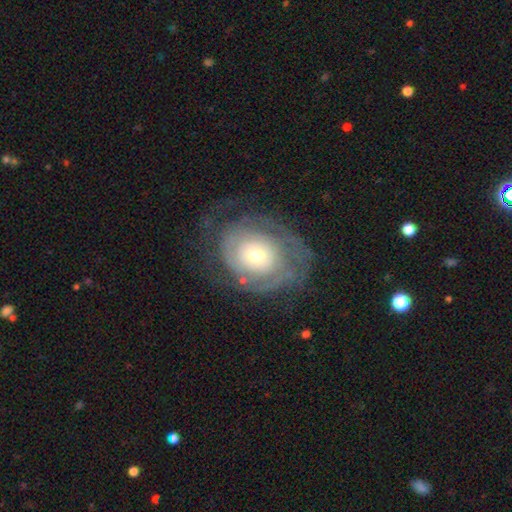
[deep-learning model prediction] featured or disk 75%, smooth 19%, star or artifact 7%. Down the decision tree: edge-on disk — no (96%); bar — no (81%); spiral arms — yes (84%); spiral arm count — can't tell (45%); spiral winding — tight (71%); bulge size — moderate (46%); merging — none (62%).